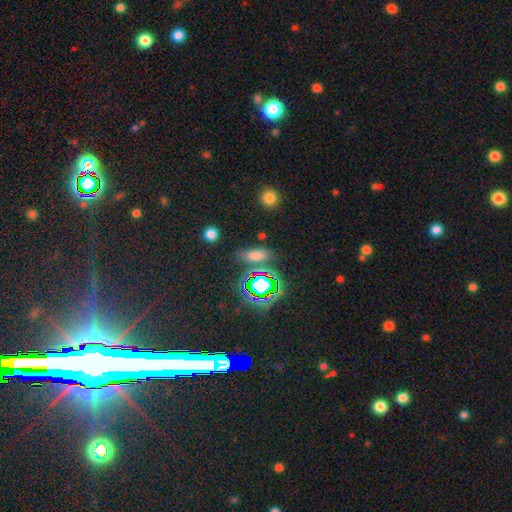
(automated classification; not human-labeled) smooth-or-featured: smooth: 55% | star or artifact: 32% | featured or disk: 13%
  how-rounded: in between: 66% | cigar-shaped: 23% | round: 11%
  merging: none: 75% | minor disturbance: 13% | merger: 7% | major disturbance: 5%